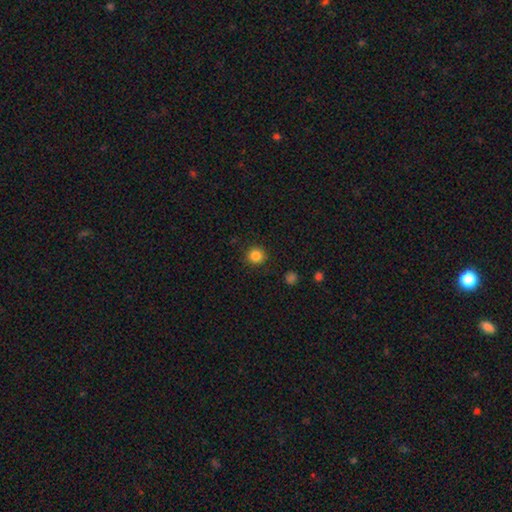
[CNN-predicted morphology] This is clearly a smooth galaxy (85%). How rounded: clearly round (94%). Merging: clearly none (91%).